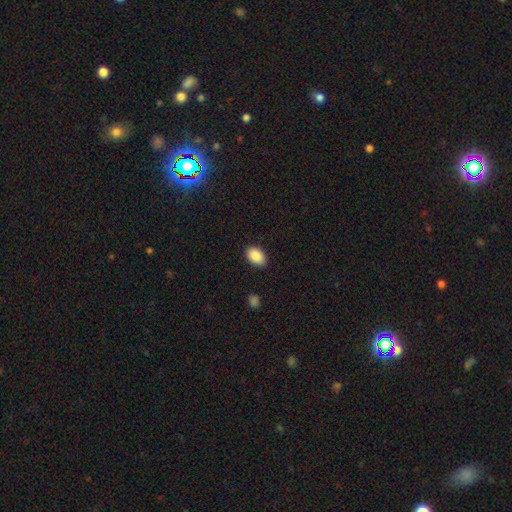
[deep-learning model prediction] Smooth or featured?
  - smooth: 89% *
  - star or artifact: 7%
  - featured or disk: 4%
How rounded?
  - in between: 88% *
  - round: 11%
  - cigar-shaped: 1%
Merging?
  - none: 88% *
  - minor disturbance: 9%
  - major disturbance: 2%
  - merger: 1%